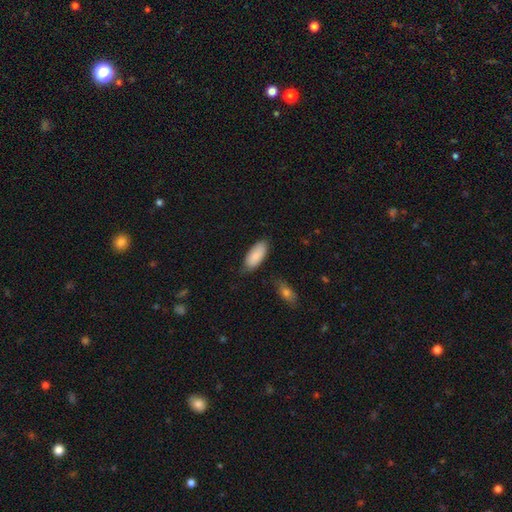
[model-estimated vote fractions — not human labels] Morphology: type=smooth (86%); roundness=in between (89%); merging=none (76%).